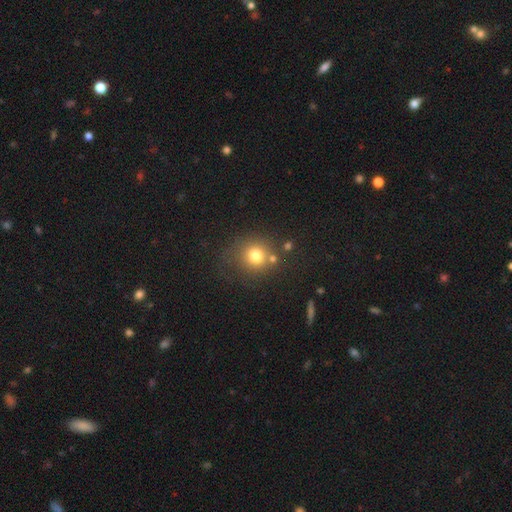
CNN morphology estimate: smooth_or_featured: smooth (p=0.76) [alt: star or artifact p=0.14]
how_rounded: round (p=0.87) [alt: in between p=0.12]
merging: none (p=0.68) [alt: minor disturbance p=0.13]